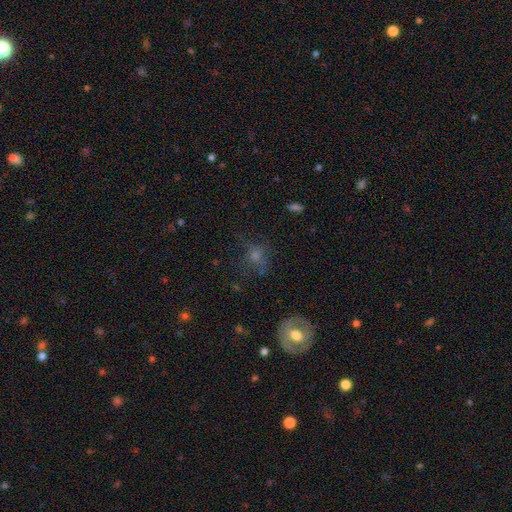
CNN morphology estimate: Smooth or featured? smooth (46%)
Merging? none (61%)